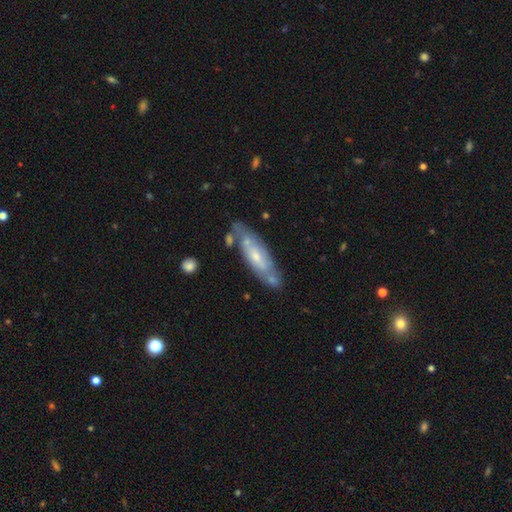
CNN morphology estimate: This appears to be a featured or disk galaxy (62%). Merging: none (62%).